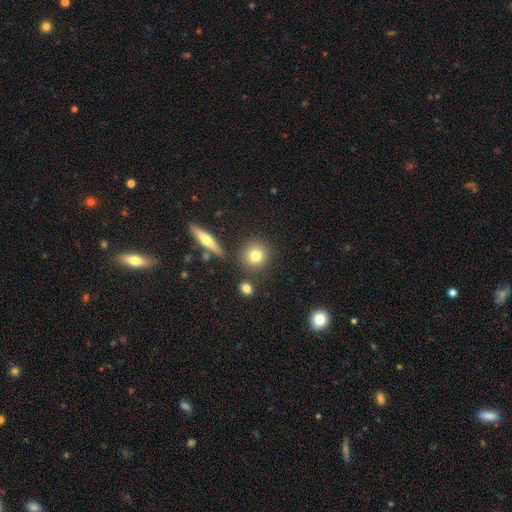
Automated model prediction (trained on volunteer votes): smooth_or_featured: smooth (p=0.78) [alt: featured or disk p=0.13]
how_rounded: round (p=0.89) [alt: in between p=0.09]
merging: none (p=0.83) [alt: minor disturbance p=0.08]